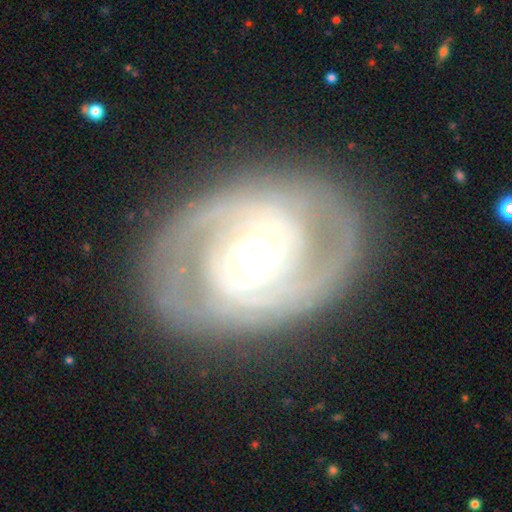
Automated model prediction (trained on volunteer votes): smooth_or_featured: featured or disk (p=0.84) [alt: smooth p=0.11]
disk_edge_on: no (p=0.96) [alt: yes p=0.04]
bar: no (p=0.57) [alt: weak p=0.29]
has_spiral_arms: yes (p=0.85) [alt: no p=0.15]
spiral_winding: tight (p=0.62) [alt: medium p=0.29]
spiral_arm_count: 2 (p=0.59) [alt: can't tell p=0.19]
bulge_size: moderate (p=0.65) [alt: large p=0.19]
merging: none (p=0.80) [alt: minor disturbance p=0.13]